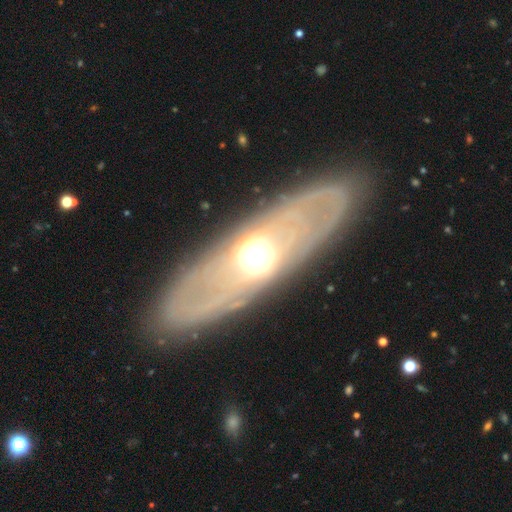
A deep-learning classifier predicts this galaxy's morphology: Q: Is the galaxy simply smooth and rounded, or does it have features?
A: featured or disk — 76%.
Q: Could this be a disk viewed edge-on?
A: no — 64%.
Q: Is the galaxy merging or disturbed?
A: none — 80%.